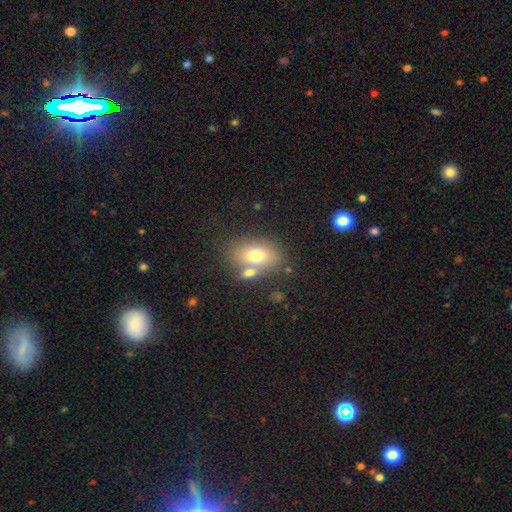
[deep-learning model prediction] smooth 72%, featured or disk 18%, star or artifact 10%. Down the decision tree: how rounded — in between (82%); merging — none (59%).